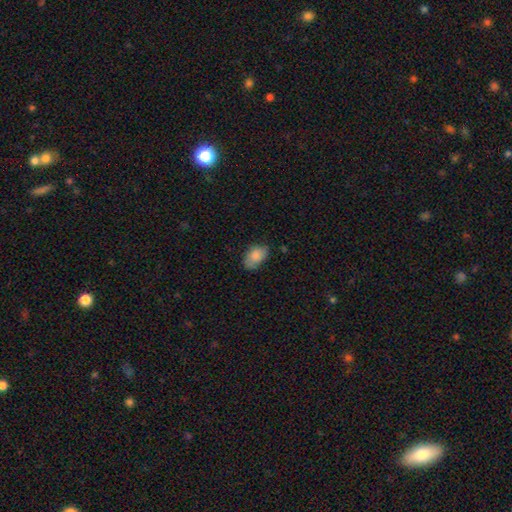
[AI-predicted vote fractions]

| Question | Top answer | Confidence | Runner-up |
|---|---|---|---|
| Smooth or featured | smooth | 83% | featured or disk (10%) |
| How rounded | in between | 90% | round (8%) |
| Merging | none | 66% | minor disturbance (27%) |